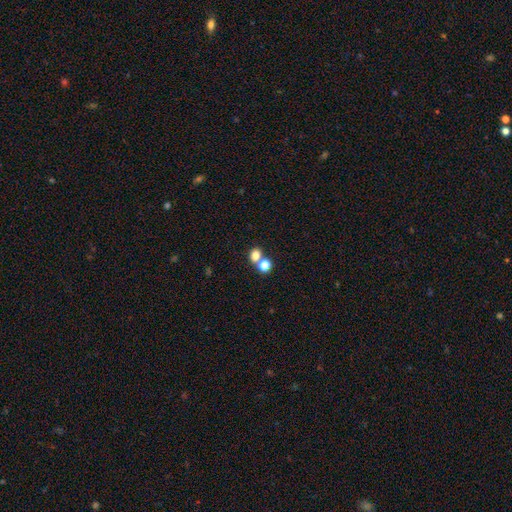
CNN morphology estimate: smooth 76%, star or artifact 16%, featured or disk 8%. Down the decision tree: how rounded — round (63%); merging — none (52%).